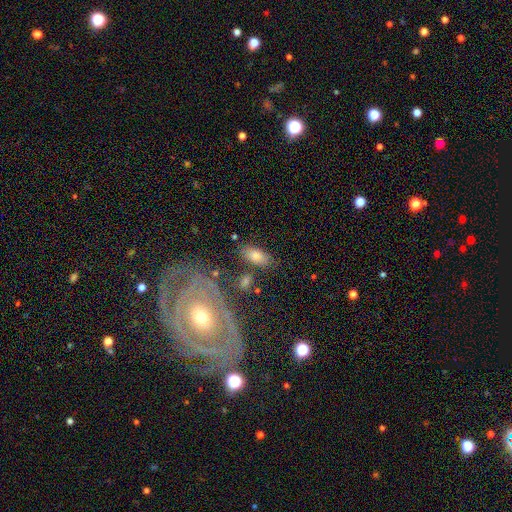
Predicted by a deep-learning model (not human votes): Smooth or featured: smooth — 70% (featured or disk — 22%)
How rounded: in between — 89% (cigar-shaped — 7%)
Merging: none — 71% (minor disturbance — 15%)